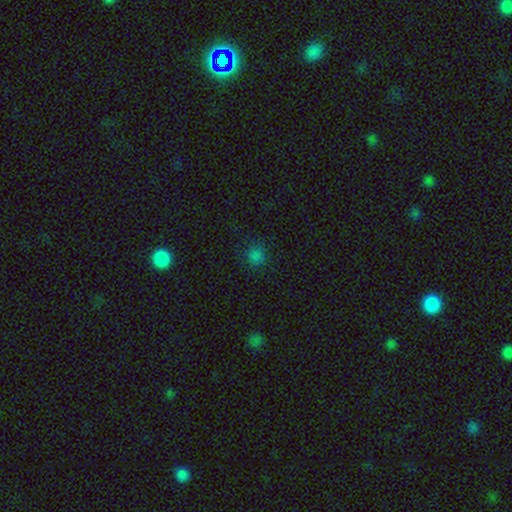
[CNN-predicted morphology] type=smooth (76%); roundness=round (89%); merging=none (86%).